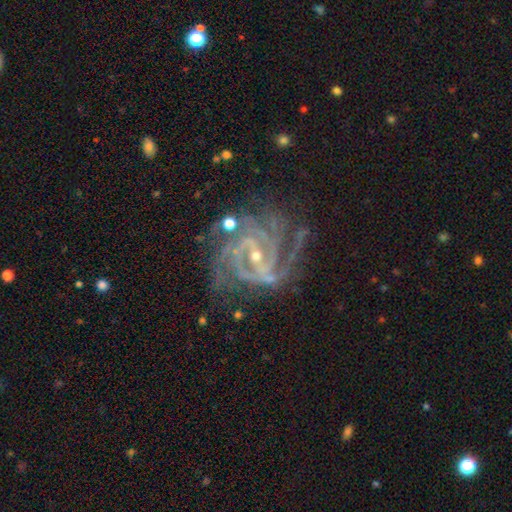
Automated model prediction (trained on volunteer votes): smooth_or_featured: featured or disk (p=0.91) [alt: star or artifact p=0.06]
disk_edge_on: no (p=0.98) [alt: yes p=0.02]
bar: weak (p=0.42) [alt: strong p=0.34]
has_spiral_arms: yes (p=0.98) [alt: no p=0.02]
spiral_winding: tight (p=0.63) [alt: medium p=0.33]
spiral_arm_count: 3 (p=0.27) [alt: 2 p=0.24]
bulge_size: small (p=0.70) [alt: moderate p=0.27]
merging: none (p=0.68) [alt: minor disturbance p=0.19]